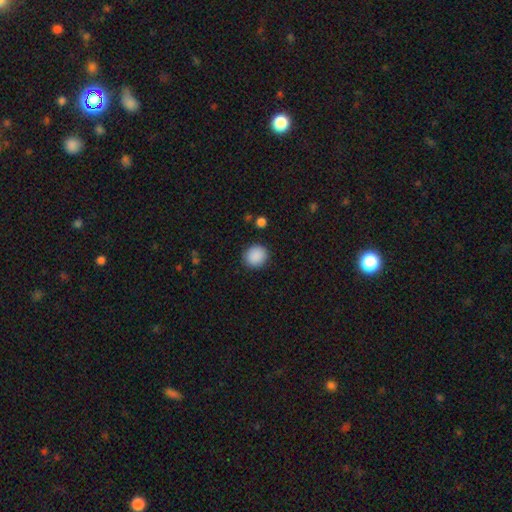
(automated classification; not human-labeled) Smooth or featured? smooth (89%)
How rounded? round (83%)
Merging? none (90%)